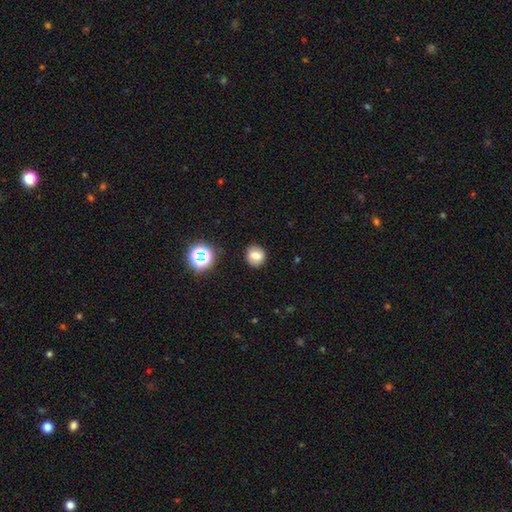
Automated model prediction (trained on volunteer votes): The model was most divided on "smooth or featured": smooth: 74%, star or artifact: 15%, featured or disk: 12%. More confident: merging — none (87%); how rounded — round (79%).